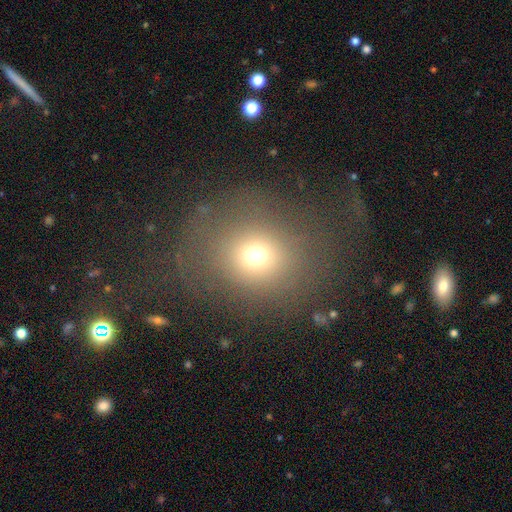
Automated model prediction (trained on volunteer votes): Q: Smooth or featured?
A: smooth (68%); runner-up: star or artifact (20%)
Q: How rounded?
A: round (76%); runner-up: in between (23%)
Q: Merging?
A: none (73%); runner-up: minor disturbance (13%)